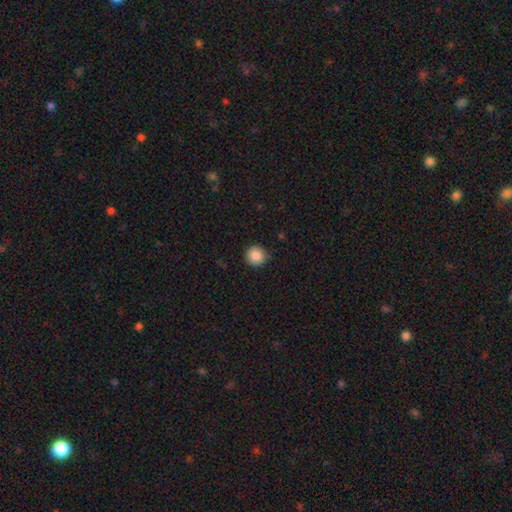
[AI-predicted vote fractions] A smooth galaxy with no disk features (85%) that is round (95%).

Vote fractions:
- Smooth or featured? smooth: 85% / star or artifact: 9% / featured or disk: 6%
- How rounded? round: 95% / in between: 4% / cigar-shaped: 1%
- Merging? none: 85% / minor disturbance: 12% / major disturbance: 2% / merger: 1%